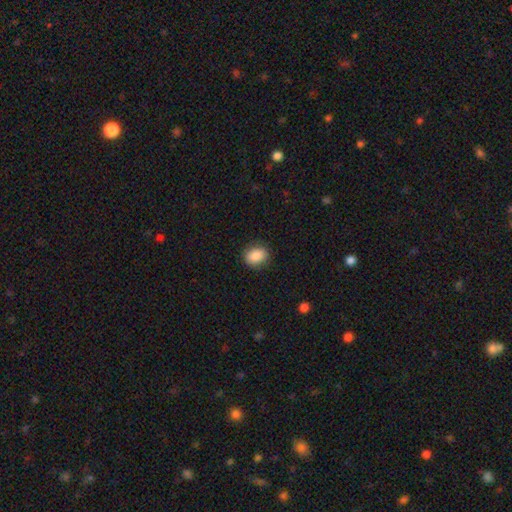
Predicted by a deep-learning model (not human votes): This is clearly a smooth galaxy (88%). How rounded: possibly in between (56%). Merging: clearly none (86%).